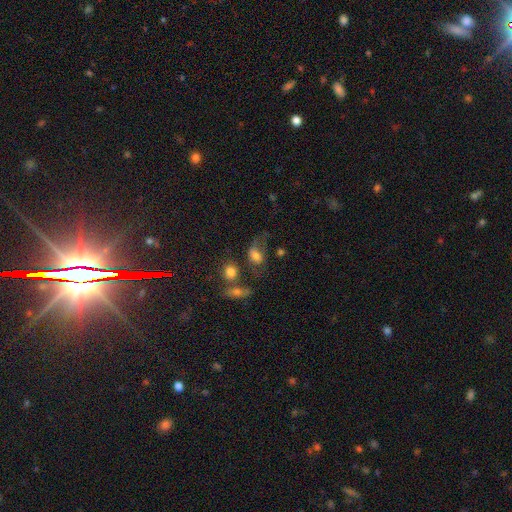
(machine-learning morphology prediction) smooth_or_featured: smooth (p=0.62) [alt: featured or disk p=0.25]
how_rounded: in between (p=0.73) [alt: round p=0.25]
merging: major disturbance (p=0.35) [alt: none p=0.29]